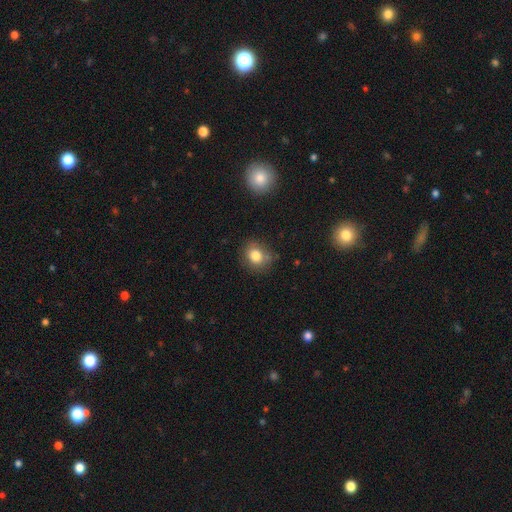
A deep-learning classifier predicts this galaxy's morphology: smooth 81%, star or artifact 10%, featured or disk 9%. Down the decision tree: how rounded — round (66%); merging — none (76%).